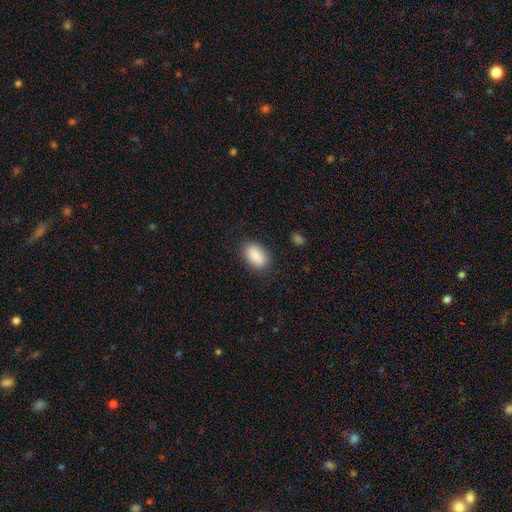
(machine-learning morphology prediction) smooth_or_featured: smooth (p=0.89) [alt: star or artifact p=0.07]
how_rounded: in between (p=0.91) [alt: round p=0.07]
merging: none (p=0.84) [alt: minor disturbance p=0.12]